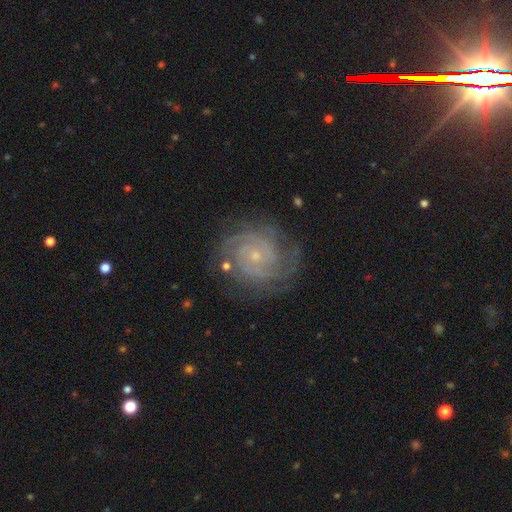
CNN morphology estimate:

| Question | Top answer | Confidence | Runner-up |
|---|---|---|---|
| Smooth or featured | featured or disk | 87% | star or artifact (7%) |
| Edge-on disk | no | 98% | yes (2%) |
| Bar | no | 75% | weak (20%) |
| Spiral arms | yes | 97% | no (3%) |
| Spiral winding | tight | 73% | medium (23%) |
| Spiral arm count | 2 | 29% | 3 (22%) |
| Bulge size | small | 82% | moderate (13%) |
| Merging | none | 78% | minor disturbance (14%) |